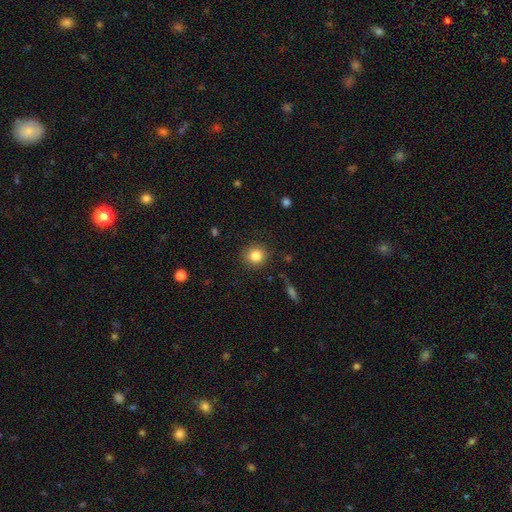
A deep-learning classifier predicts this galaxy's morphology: Smooth or featured? smooth (83%)
How rounded? round (90%)
Merging? none (89%)